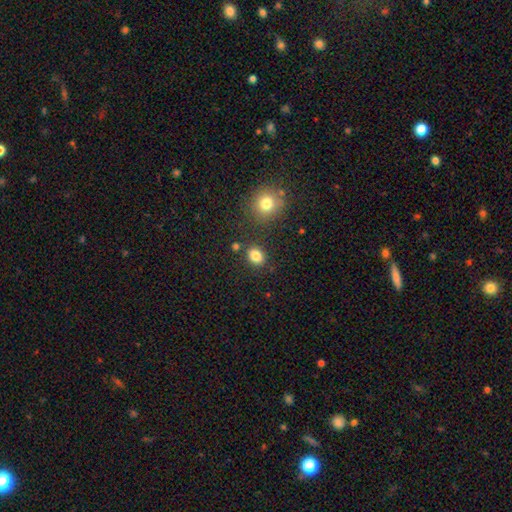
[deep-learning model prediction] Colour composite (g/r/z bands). It shows a smooth galaxy with no disk features (84%) that is in between round and cigar-shaped (52%). Merging: none (81%).